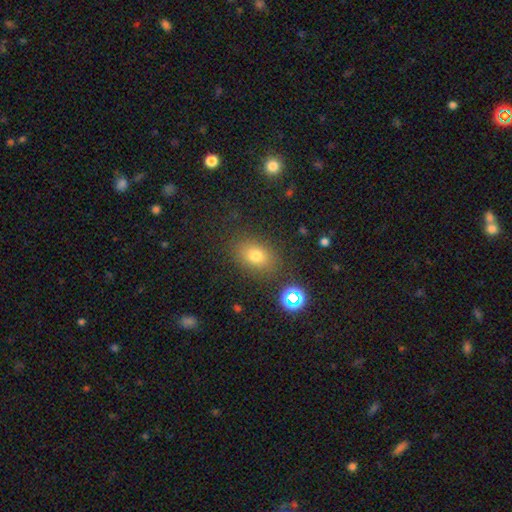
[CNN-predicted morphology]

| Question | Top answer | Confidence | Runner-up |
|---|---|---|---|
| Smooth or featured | smooth | 72% | star or artifact (17%) |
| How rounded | in between | 67% | round (32%) |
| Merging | none | 83% | minor disturbance (11%) |